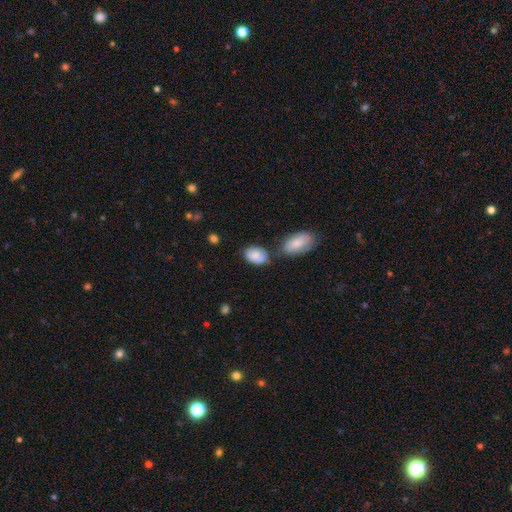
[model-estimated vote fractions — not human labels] The model was most divided on "merging": none: 53%, minor disturbance: 22%, merger: 19%, major disturbance: 6%. More confident: how rounded — in between (86%); smooth or featured — smooth (83%).